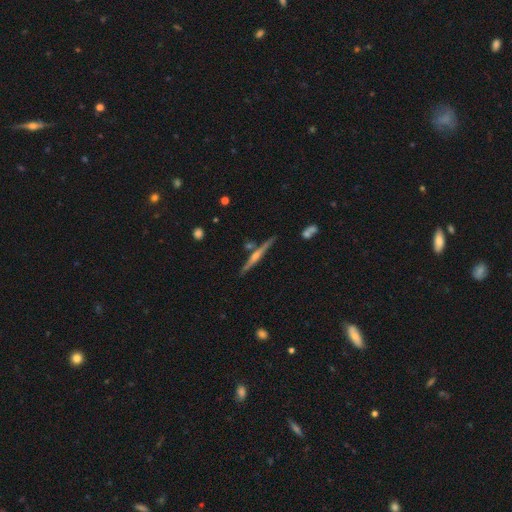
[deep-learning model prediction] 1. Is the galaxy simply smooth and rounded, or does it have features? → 73% featured or disk, 20% smooth, 7% star or artifact.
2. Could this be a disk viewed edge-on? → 98% yes, 2% no.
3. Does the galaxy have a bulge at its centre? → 75% rounded, 17% none, 8% boxy.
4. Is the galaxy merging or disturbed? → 83% none, 9% minor disturbance, 6% merger, 2% major disturbance.